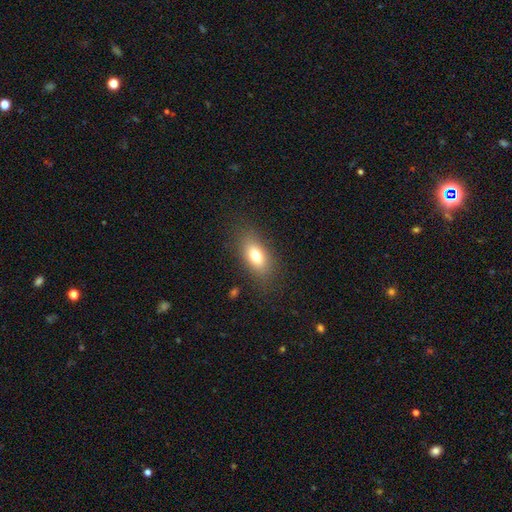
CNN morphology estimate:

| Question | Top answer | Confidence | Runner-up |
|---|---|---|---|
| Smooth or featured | smooth | 74% | featured or disk (16%) |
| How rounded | in between | 83% | cigar-shaped (9%) |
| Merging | none | 82% | minor disturbance (12%) |